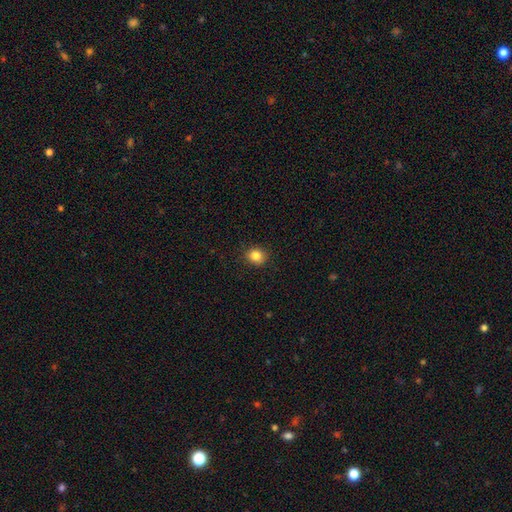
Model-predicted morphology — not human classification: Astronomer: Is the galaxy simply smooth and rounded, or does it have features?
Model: smooth — 84%.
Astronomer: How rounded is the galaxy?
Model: round — 82%.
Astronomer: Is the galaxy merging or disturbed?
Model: none — 90%.